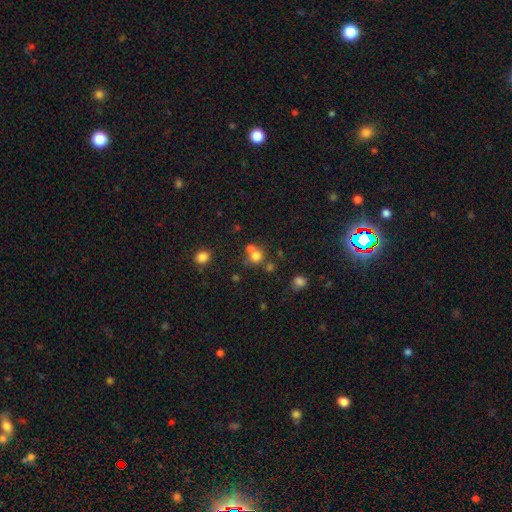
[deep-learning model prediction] Q: Smooth or featured?
A: smooth (73%); runner-up: star or artifact (17%)
Q: How rounded?
A: round (86%); runner-up: in between (13%)
Q: Merging?
A: none (49%); runner-up: merger (40%)